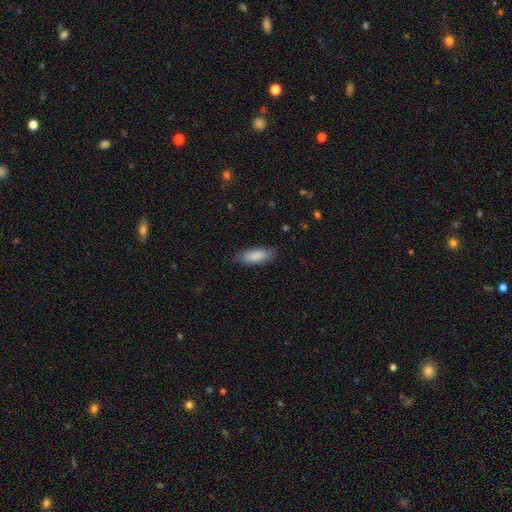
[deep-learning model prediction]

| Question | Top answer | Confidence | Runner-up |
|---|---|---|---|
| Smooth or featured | smooth | 89% | star or artifact (6%) |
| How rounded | in between | 72% | cigar-shaped (26%) |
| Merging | none | 82% | minor disturbance (14%) |